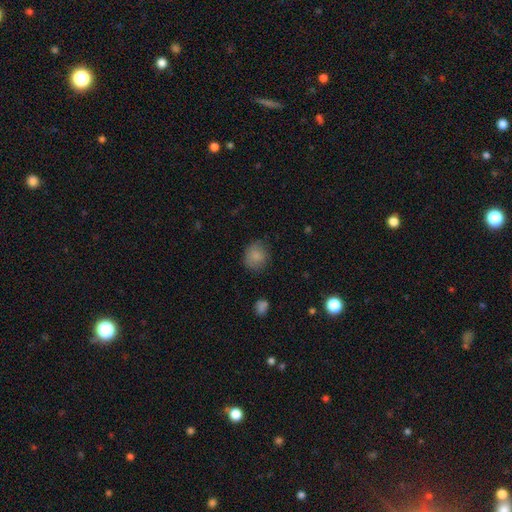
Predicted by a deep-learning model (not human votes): smooth 84%, star or artifact 9%, featured or disk 7%. Down the decision tree: how rounded — round (77%); merging — none (74%).